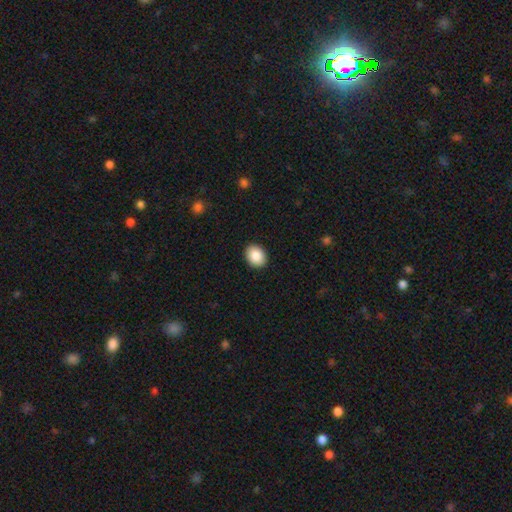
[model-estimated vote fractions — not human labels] Smooth or featured? Predicted: smooth (p=0.88). How rounded? Predicted: in between (p=0.58). Merging? Predicted: none (p=0.91).